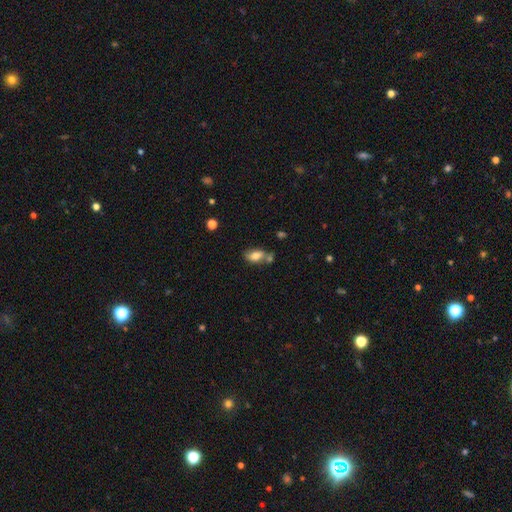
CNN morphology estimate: Q: Smooth or featured?
A: smooth (75%); runner-up: featured or disk (16%)
Q: How rounded?
A: in between (87%); runner-up: round (9%)
Q: Merging?
A: none (51%); runner-up: merger (26%)